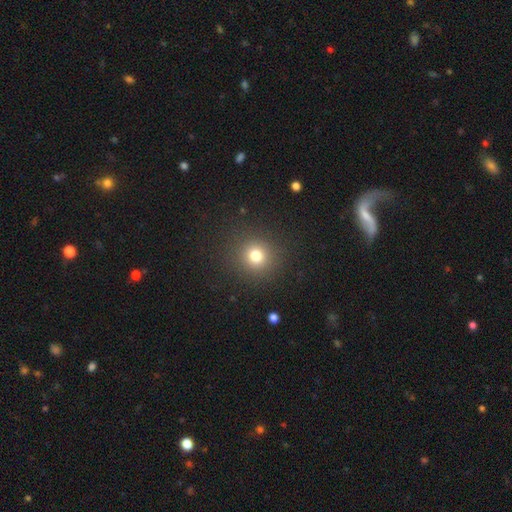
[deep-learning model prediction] Morphology: type=smooth (77%); roundness=round (91%); merging=none (89%).